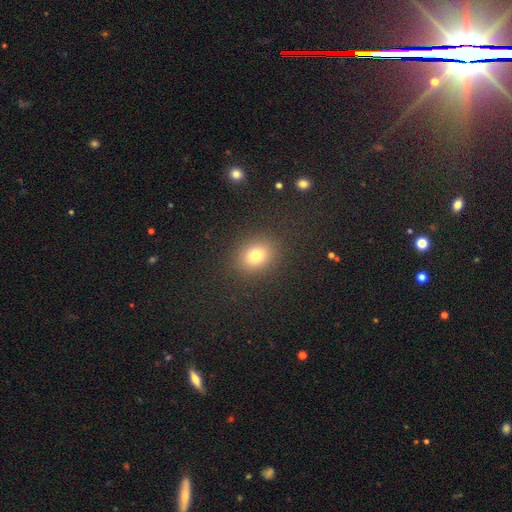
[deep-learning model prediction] smooth 76%, star or artifact 16%, featured or disk 8%. Down the decision tree: how rounded — round (63%); merging — none (88%).